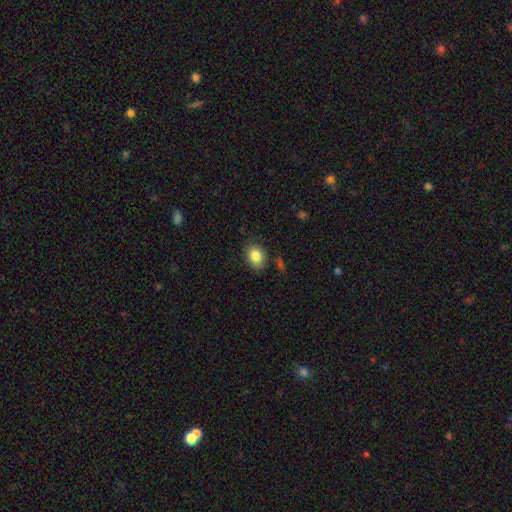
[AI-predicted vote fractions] This is clearly a smooth galaxy (83%). How rounded: likely in between (68%). Merging: likely none (78%).